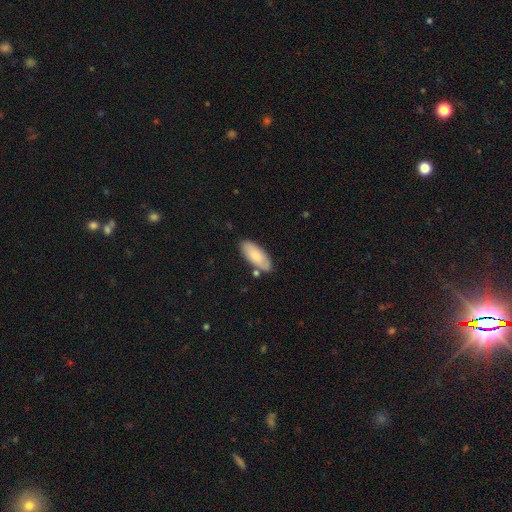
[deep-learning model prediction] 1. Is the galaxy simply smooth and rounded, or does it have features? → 79% smooth, 15% featured or disk, 6% star or artifact.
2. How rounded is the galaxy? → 84% in between, 14% cigar-shaped, 2% round.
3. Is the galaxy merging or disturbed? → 77% none, 15% minor disturbance, 6% merger, 3% major disturbance.